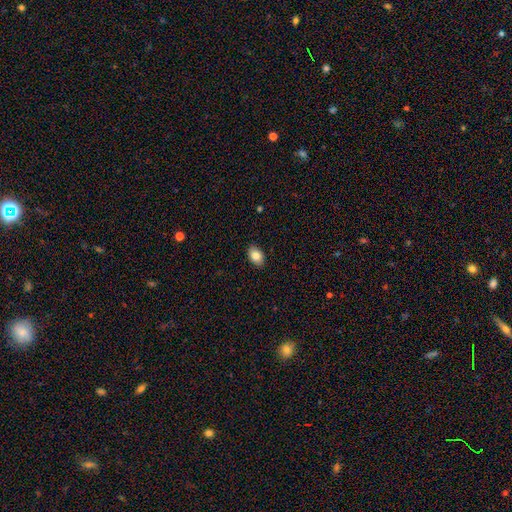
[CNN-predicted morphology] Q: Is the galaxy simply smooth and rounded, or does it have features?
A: smooth — 84%.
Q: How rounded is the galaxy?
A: in between — 86%.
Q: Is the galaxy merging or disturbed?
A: none — 89%.